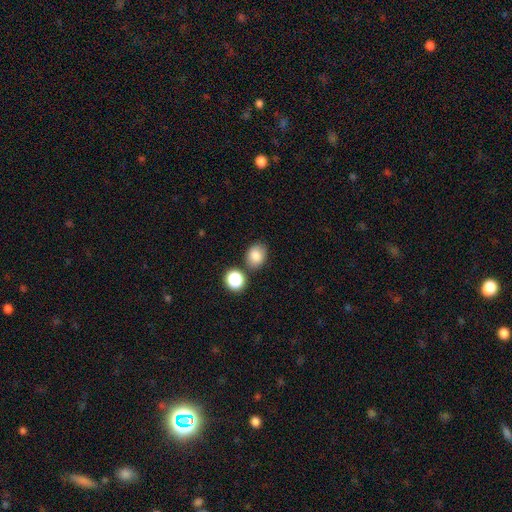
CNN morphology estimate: smooth 83%, star or artifact 11%, featured or disk 6%. Down the decision tree: how rounded — round (50%); merging — none (72%).